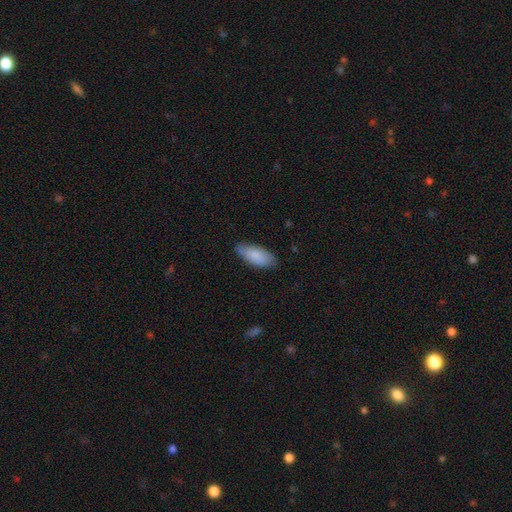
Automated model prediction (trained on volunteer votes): This appears to be a smooth galaxy with no disk features (84%) that is in between round and cigar-shaped (84%). Merging: none (80%).